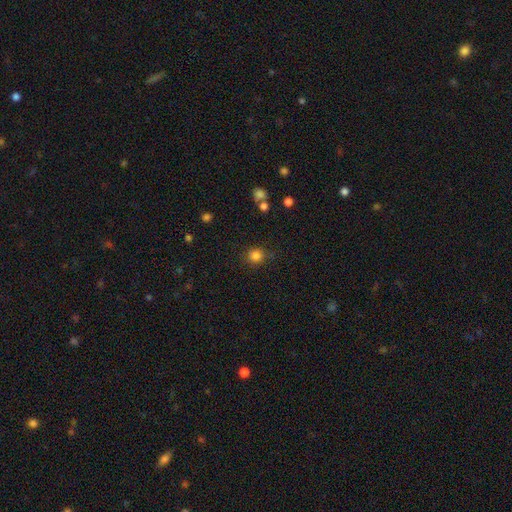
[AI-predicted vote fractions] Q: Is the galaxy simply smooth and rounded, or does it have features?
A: smooth — 83%.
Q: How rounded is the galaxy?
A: round — 89%.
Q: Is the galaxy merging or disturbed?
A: none — 85%.